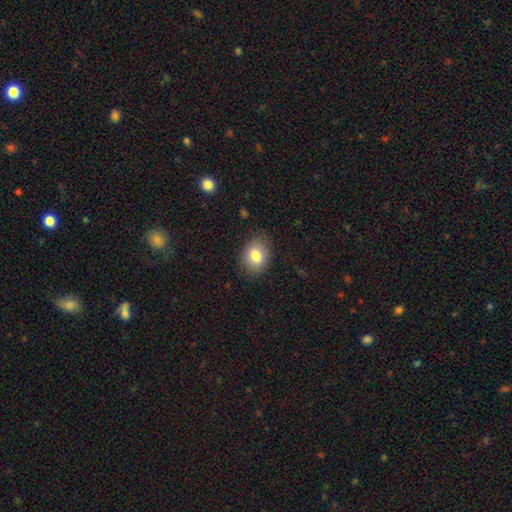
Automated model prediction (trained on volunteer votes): Q: Smooth or featured?
A: smooth (80%); runner-up: featured or disk (11%)
Q: How rounded?
A: in between (66%); runner-up: round (33%)
Q: Merging?
A: none (81%); runner-up: minor disturbance (15%)